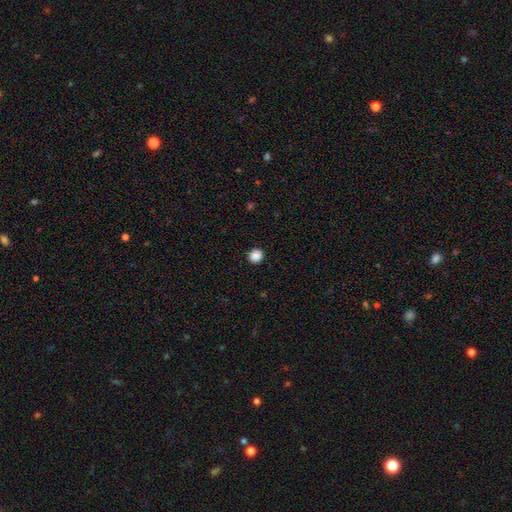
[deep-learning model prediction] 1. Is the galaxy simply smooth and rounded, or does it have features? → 88% smooth, 10% star or artifact, 2% featured or disk.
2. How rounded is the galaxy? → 89% round, 10% in between, 1% cigar-shaped.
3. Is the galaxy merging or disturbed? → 93% none, 5% minor disturbance, 2% major disturbance, 1% merger.